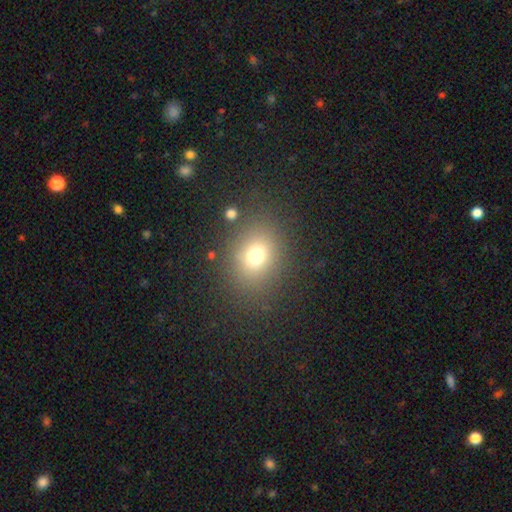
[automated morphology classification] Smooth or featured? smooth (73%)
How rounded? round (53%)
Merging? none (82%)